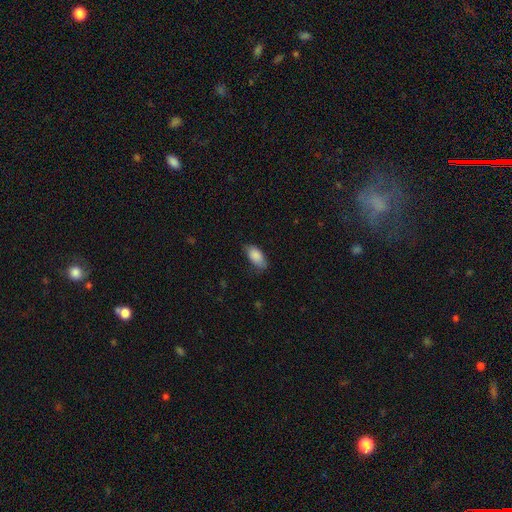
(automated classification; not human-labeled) A smooth galaxy with no disk features (87%) that is in between round and cigar-shaped (92%).

Vote fractions:
- Smooth or featured? smooth: 87% / star or artifact: 7% / featured or disk: 6%
- How rounded? in between: 92% / cigar-shaped: 4% / round: 4%
- Merging? none: 70% / minor disturbance: 24% / major disturbance: 5% / merger: 1%